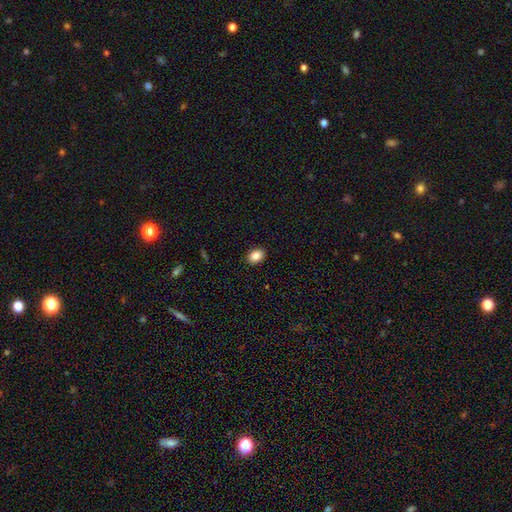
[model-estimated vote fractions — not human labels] A smooth galaxy with no disk features (87%) that is in between round and cigar-shaped (74%). Merging: none (90%).